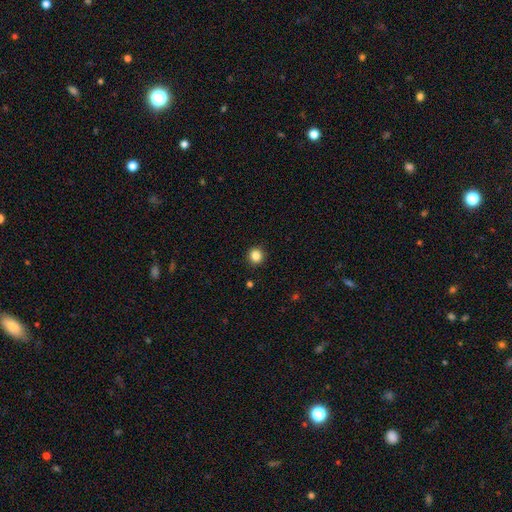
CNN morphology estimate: smooth-or-featured: smooth: 85% | star or artifact: 11% | featured or disk: 4%
  how-rounded: round: 92% | in between: 7% | cigar-shaped: 1%
  merging: none: 92% | minor disturbance: 5% | major disturbance: 2% | merger: 1%